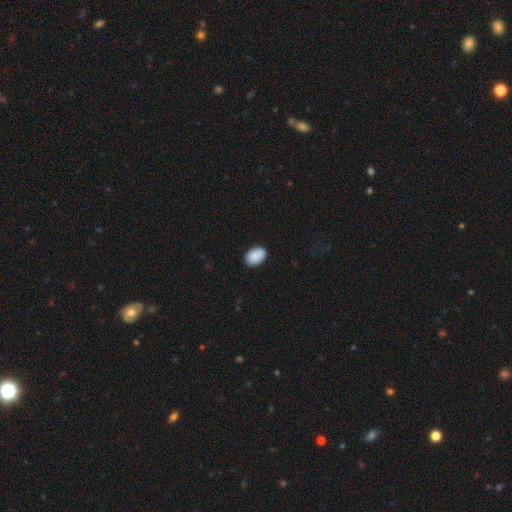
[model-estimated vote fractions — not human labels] Smooth or featured: smooth — 91% (star or artifact — 6%)
How rounded: in between — 89% (round — 10%)
Merging: none — 89% (minor disturbance — 9%)